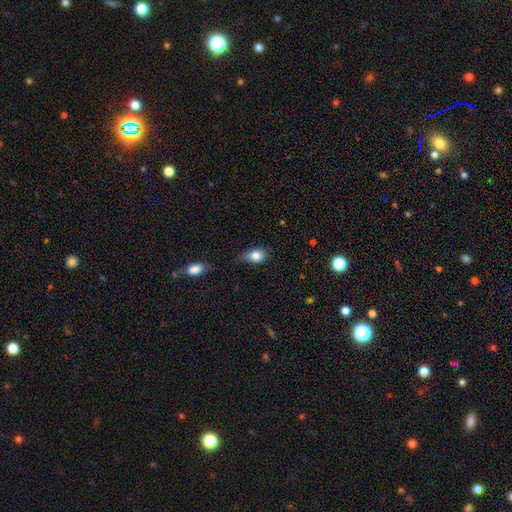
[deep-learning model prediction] Smooth or featured? smooth (82%)
How rounded? in between (74%)
Merging? none (50%)